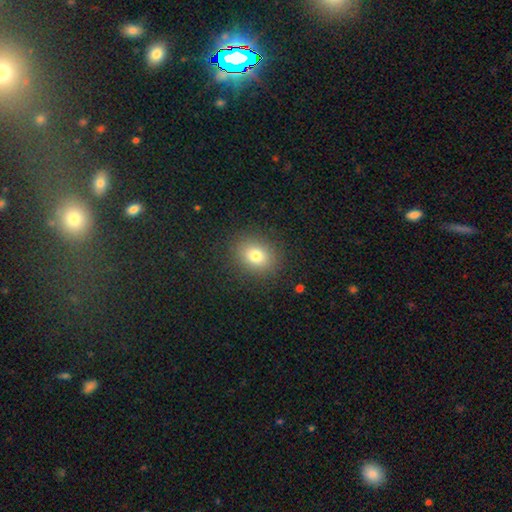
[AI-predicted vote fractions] A smooth galaxy with no disk features (79%) that is round (52%).

Vote fractions:
- Smooth or featured? smooth: 79% / star or artifact: 12% / featured or disk: 10%
- How rounded? round: 52% / in between: 47% / cigar-shaped: 1%
- Merging? none: 87% / minor disturbance: 9% / major disturbance: 4% / merger: 1%